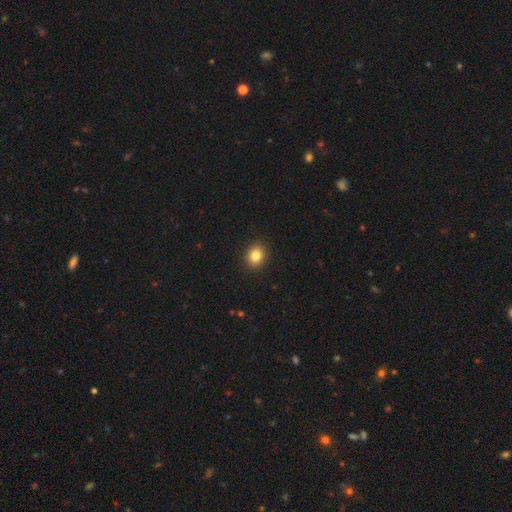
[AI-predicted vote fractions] A smooth galaxy with no disk features (84%) that is round (68%).

Vote fractions:
- Smooth or featured? smooth: 84% / star or artifact: 10% / featured or disk: 6%
- How rounded? round: 68% / in between: 31% / cigar-shaped: 1%
- Merging? none: 92% / minor disturbance: 6% / major disturbance: 2% / merger: 1%